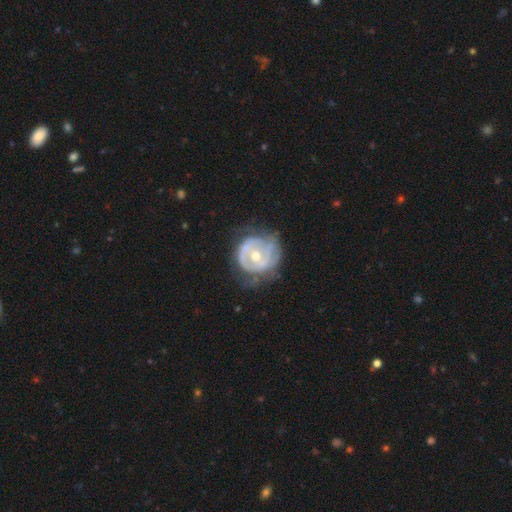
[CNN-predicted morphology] type=featured or disk (73%); edge-on=no (97%); bar=no (65%); spiral arms=yes (64%); bulge=moderate (68%); merging=none (55%).